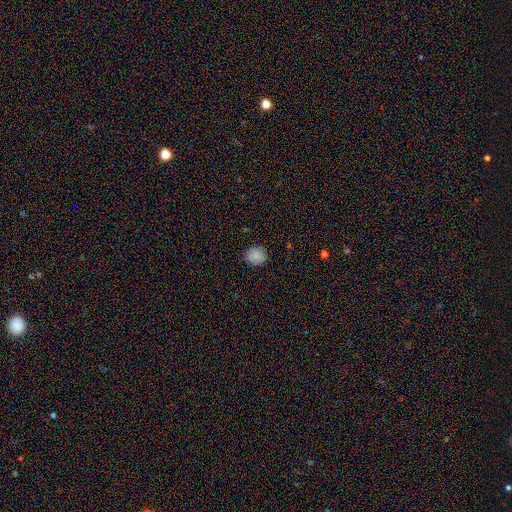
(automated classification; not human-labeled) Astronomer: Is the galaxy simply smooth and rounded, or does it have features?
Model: smooth — 85%.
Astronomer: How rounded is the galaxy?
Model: round — 78%.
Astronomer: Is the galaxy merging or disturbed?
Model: none — 86%.